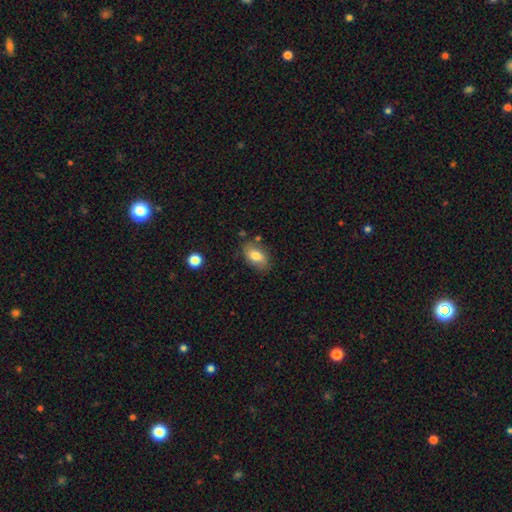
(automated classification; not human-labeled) smooth 77%, featured or disk 15%, star or artifact 8%. Down the decision tree: how rounded — in between (89%); merging — none (76%).